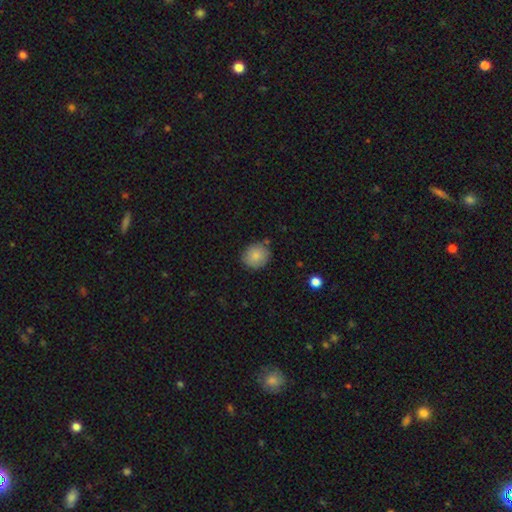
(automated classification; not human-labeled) The model was most divided on "how rounded": round: 72%, in between: 27%, cigar-shaped: 1%. More confident: smooth or featured — smooth (84%); merging — none (81%).